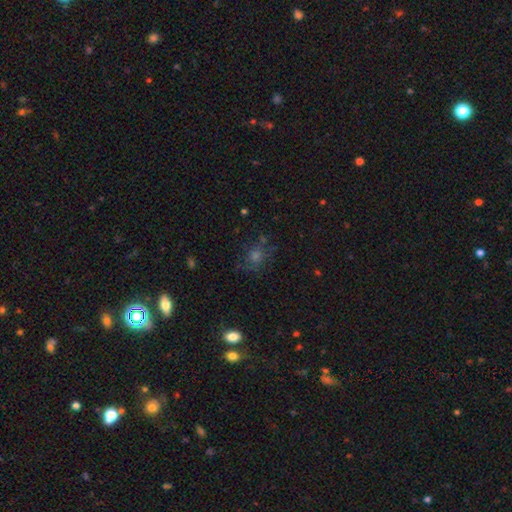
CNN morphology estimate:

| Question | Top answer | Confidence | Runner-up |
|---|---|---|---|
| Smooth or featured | smooth | 42% | star or artifact (33%) |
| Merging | none | 68% | minor disturbance (17%) |